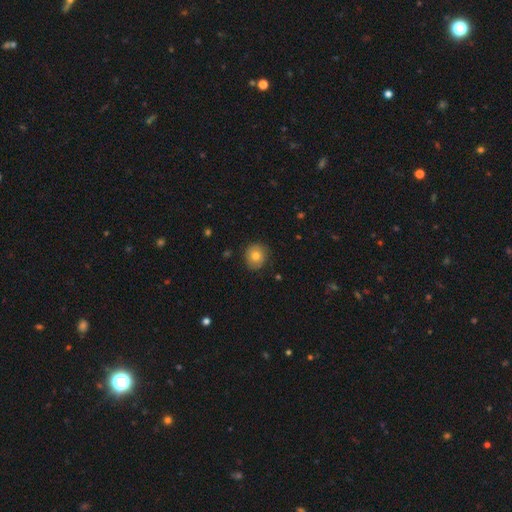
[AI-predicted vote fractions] Smooth or featured? smooth (76%)
How rounded? round (88%)
Merging? none (86%)